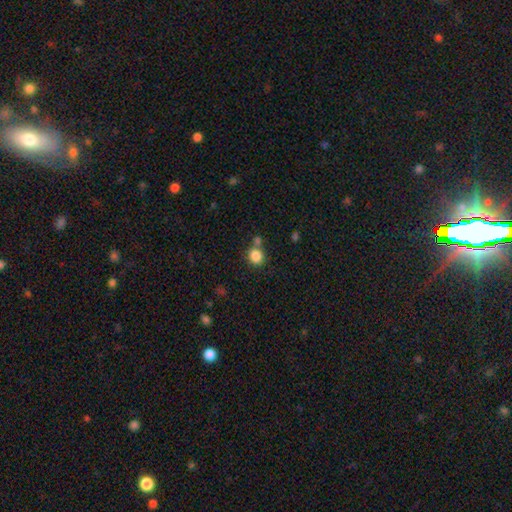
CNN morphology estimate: smooth-or-featured: smooth: 85% | star or artifact: 10% | featured or disk: 5%
  how-rounded: round: 83% | in between: 16% | cigar-shaped: 1%
  merging: none: 65% | merger: 21% | minor disturbance: 10% | major disturbance: 4%